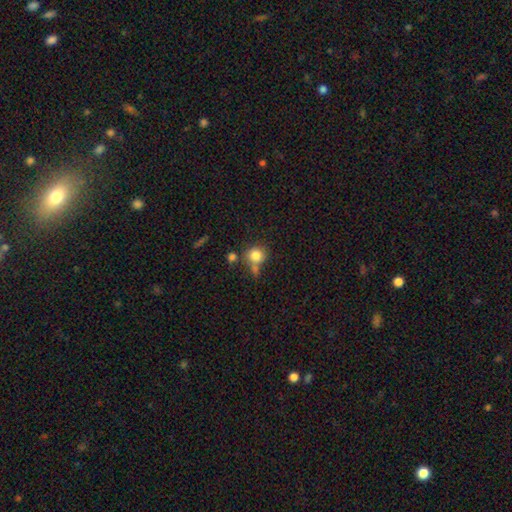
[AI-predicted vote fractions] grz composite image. It shows a smooth galaxy with no disk features (82%) that is round (87%). Merging: none (58%).